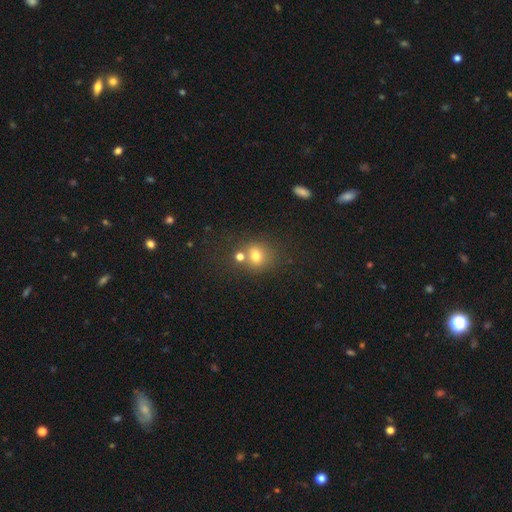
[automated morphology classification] type=smooth (73%); roundness=round (77%); merging=none (58%).